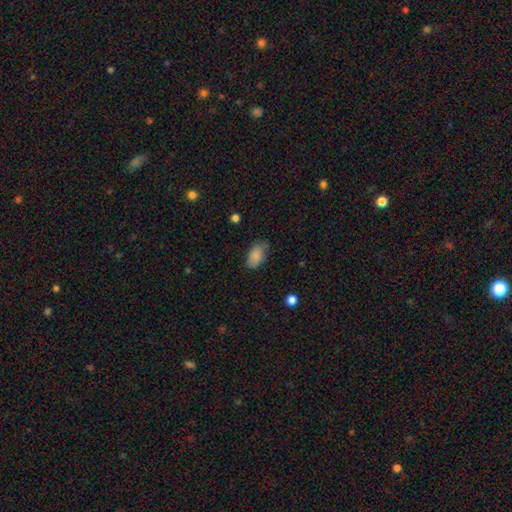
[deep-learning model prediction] Smooth or featured?
  - smooth: 85% *
  - featured or disk: 8%
  - star or artifact: 7%
How rounded?
  - in between: 93% *
  - round: 5%
  - cigar-shaped: 2%
Merging?
  - none: 65% *
  - minor disturbance: 27%
  - major disturbance: 6%
  - merger: 1%